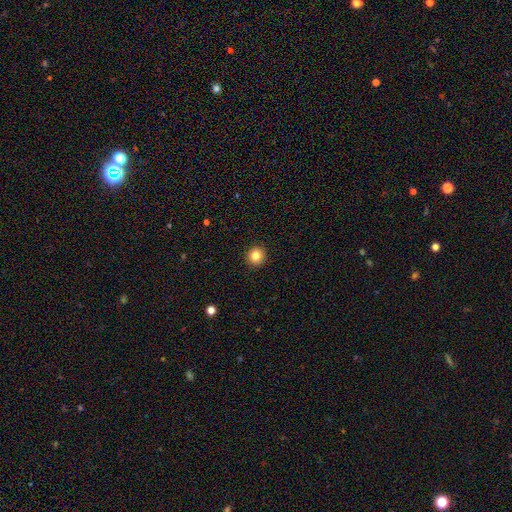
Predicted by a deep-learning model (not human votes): A smooth galaxy with no disk features (84%) that is round (93%). Merging: none (92%).